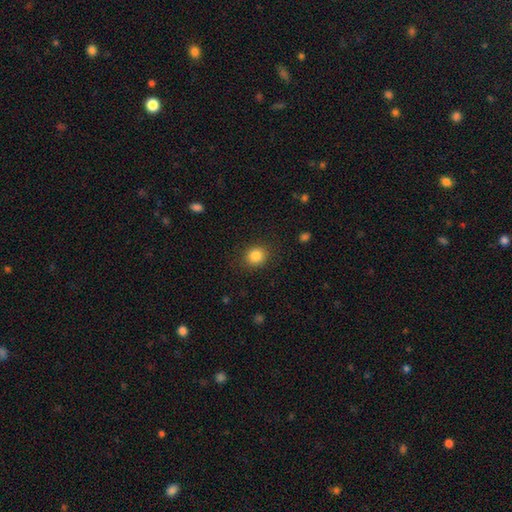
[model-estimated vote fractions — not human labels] smooth 85%, star or artifact 10%, featured or disk 5%. Down the decision tree: how rounded — round (75%); merging — none (87%).